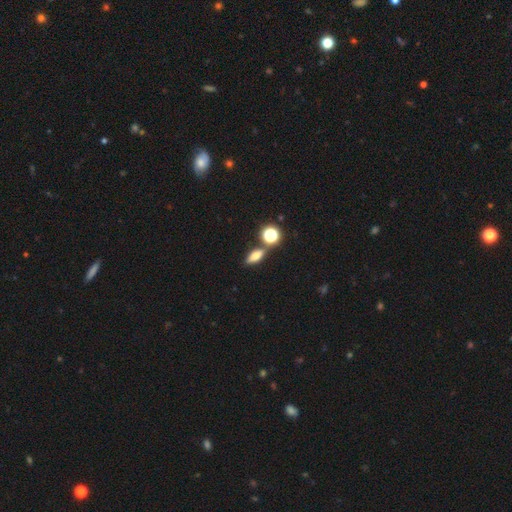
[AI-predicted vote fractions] A smooth galaxy with no disk features (63%) that is in between round and cigar-shaped (62%). Merging: none (76%).